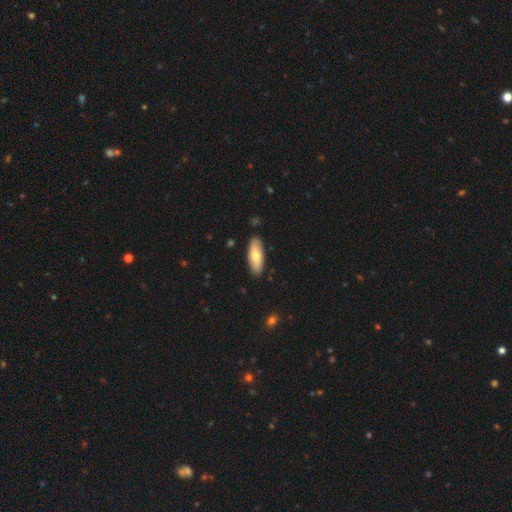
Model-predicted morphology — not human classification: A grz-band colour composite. It shows a smooth galaxy with no disk features (68%) that is in between round and cigar-shaped (69%). Merging: none (88%).